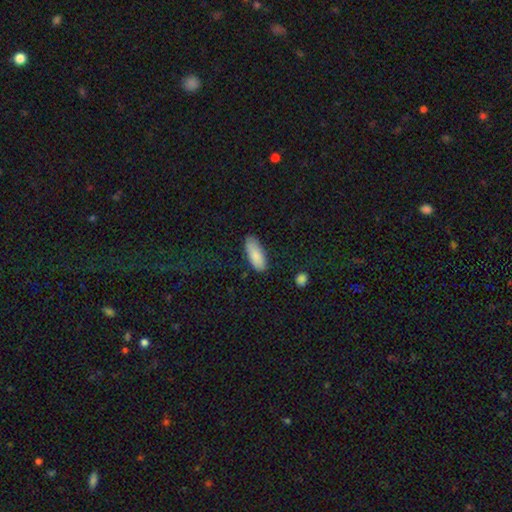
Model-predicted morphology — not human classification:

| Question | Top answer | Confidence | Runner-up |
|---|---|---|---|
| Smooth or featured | smooth | 86% | featured or disk (8%) |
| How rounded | in between | 74% | cigar-shaped (24%) |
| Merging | none | 80% | minor disturbance (15%) |